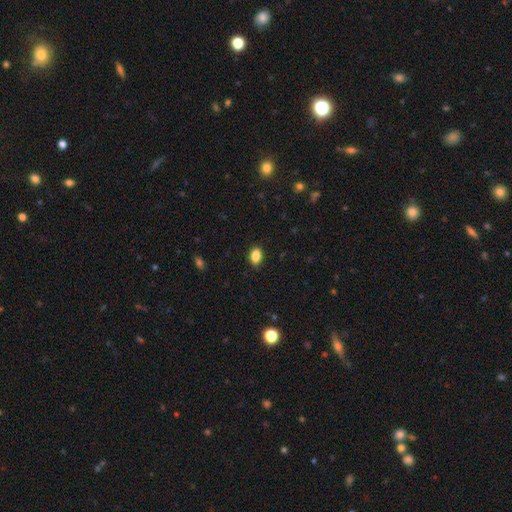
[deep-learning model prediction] Smooth or featured? smooth (87%)
How rounded? in between (86%)
Merging? none (86%)